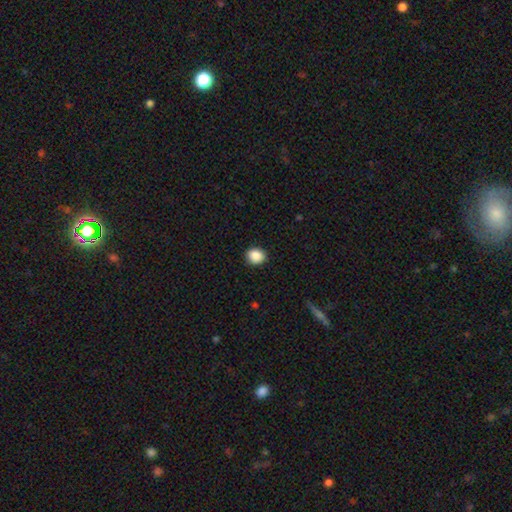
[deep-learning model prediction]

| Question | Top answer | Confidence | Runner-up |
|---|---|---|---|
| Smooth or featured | smooth | 89% | star or artifact (9%) |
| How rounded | round | 71% | in between (28%) |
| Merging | none | 89% | minor disturbance (8%) |